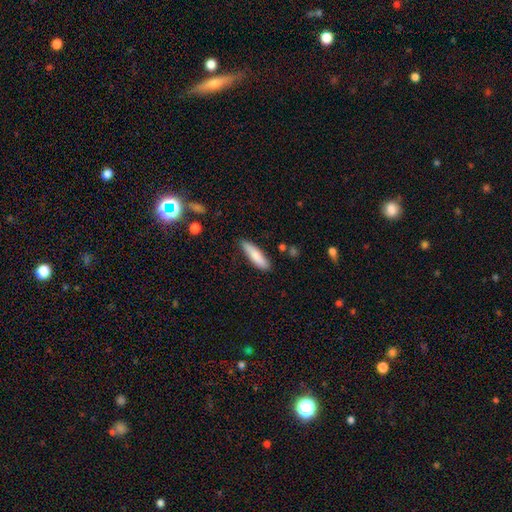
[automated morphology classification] smooth 81%, featured or disk 13%, star or artifact 6%. Down the decision tree: how rounded — cigar-shaped (64%); merging — none (81%).